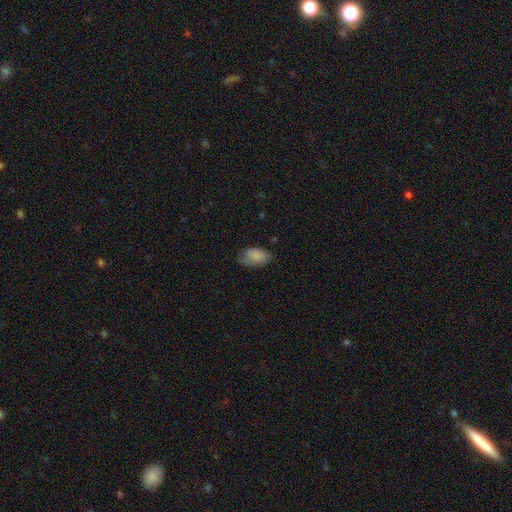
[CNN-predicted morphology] type=smooth (78%); roundness=in between (93%); merging=none (57%).